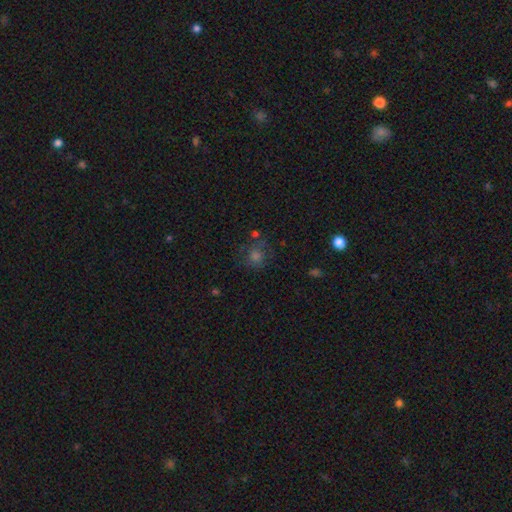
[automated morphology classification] smooth_or_featured: smooth (p=0.55) [alt: star or artifact p=0.27]
how_rounded: round (p=0.84) [alt: in between p=0.15]
merging: none (p=0.69) [alt: minor disturbance p=0.16]